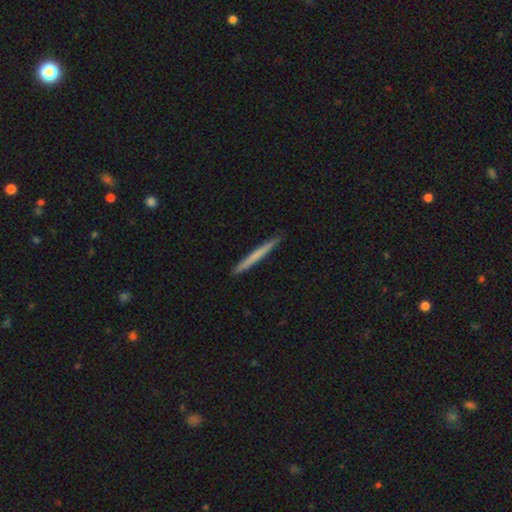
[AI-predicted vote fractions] smooth 62%, featured or disk 33%, star or artifact 5%. Down the decision tree: how rounded — cigar-shaped (97%); merging — none (92%).